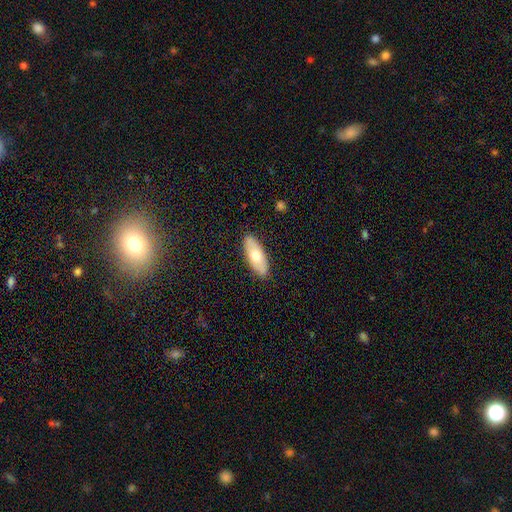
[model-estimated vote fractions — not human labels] smooth-or-featured: smooth: 63% | featured or disk: 31% | star or artifact: 5%
  how-rounded: in between: 76% | cigar-shaped: 22% | round: 2%
  merging: none: 88% | minor disturbance: 9% | major disturbance: 2% | merger: 1%